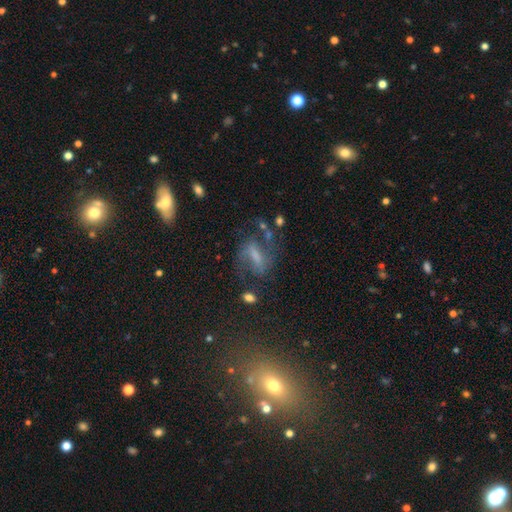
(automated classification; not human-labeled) Overall: featured or disk (55%; smooth 28%). Edge-on disk: no (91%). Merging: none (53%; major disturbance 22%).